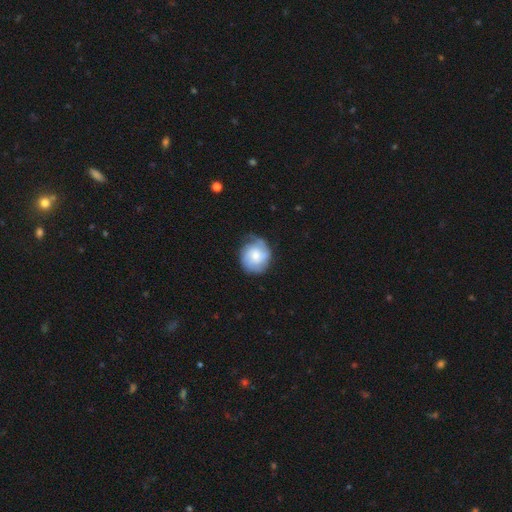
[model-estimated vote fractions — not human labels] This is possibly a featured or disk galaxy (59%). It is clearly not viewed edge-on (98%). Bar: likely no (71%). Spiral arm pattern: clearly yes (90%). Spiral arm count: marginally can't tell (32%). Spiral winding: possibly tight (53%). Central bulge: possibly moderate (46%). Merging: likely none (67%).